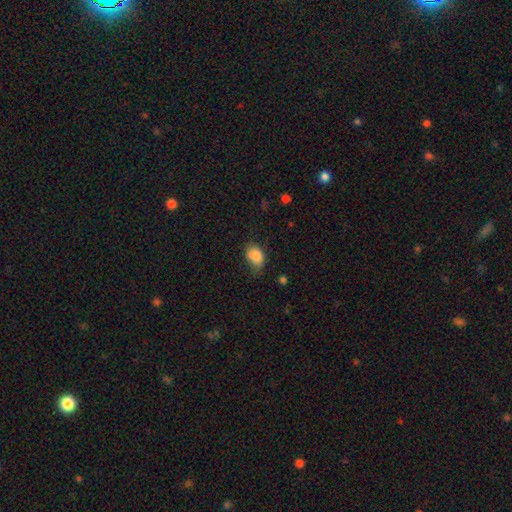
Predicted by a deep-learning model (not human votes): smooth_or_featured: smooth (p=0.82) [alt: star or artifact p=0.10]
how_rounded: in between (p=0.75) [alt: round p=0.24]
merging: none (p=0.45) [alt: minor disturbance p=0.36]